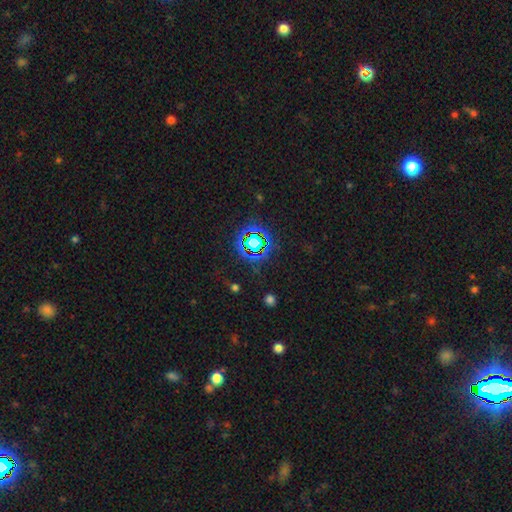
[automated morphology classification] The model was most divided on "smooth or featured": star or artifact: 77%, smooth: 14%, featured or disk: 9%.